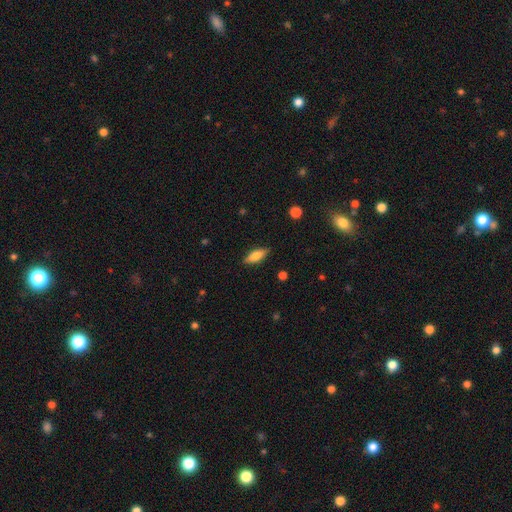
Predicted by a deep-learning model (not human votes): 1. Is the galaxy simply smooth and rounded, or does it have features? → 73% smooth, 21% featured or disk, 7% star or artifact.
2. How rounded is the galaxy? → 65% in between, 33% cigar-shaped, 2% round.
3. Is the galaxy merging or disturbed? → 87% none, 10% minor disturbance, 2% major disturbance, 1% merger.